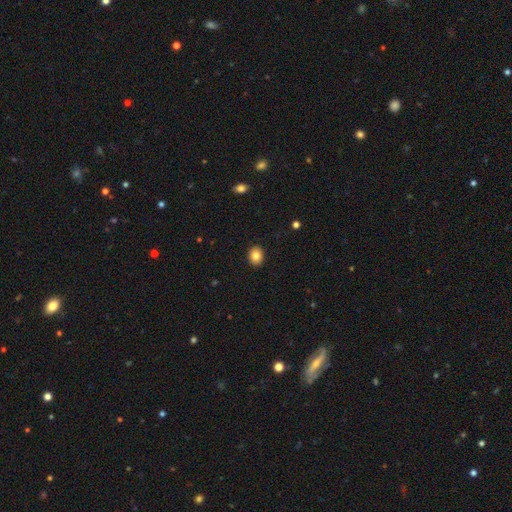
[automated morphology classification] The model was most divided on "how rounded": round: 54%, in between: 45%, cigar-shaped: 1%. More confident: merging — none (91%); smooth or featured — smooth (84%).